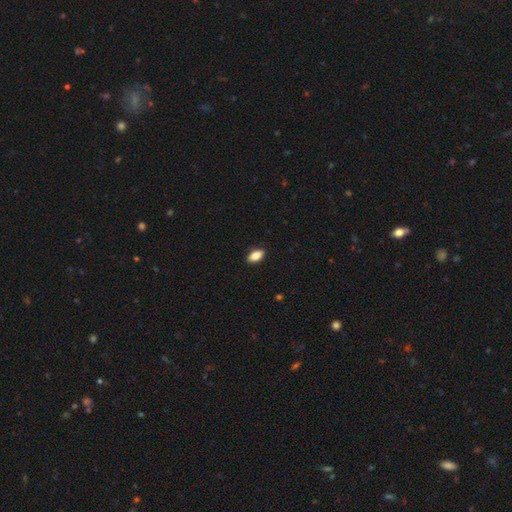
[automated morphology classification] Smooth or featured?
  - smooth: 84% *
  - featured or disk: 8%
  - star or artifact: 7%
How rounded?
  - in between: 89% *
  - cigar-shaped: 7%
  - round: 4%
Merging?
  - none: 89% *
  - minor disturbance: 8%
  - major disturbance: 2%
  - merger: 1%